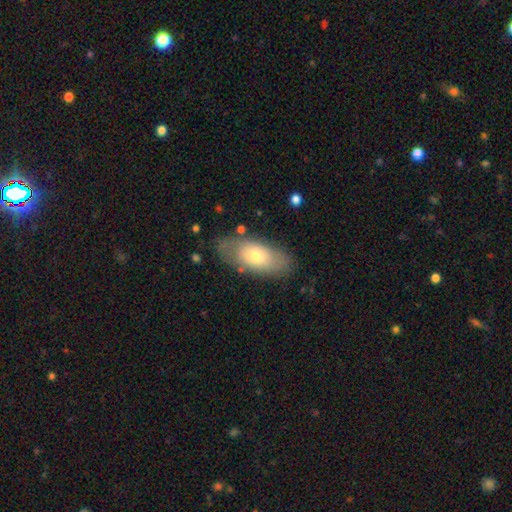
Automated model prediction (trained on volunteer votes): A smooth galaxy with no disk features (65%) that is in between round and cigar-shaped (89%). Merging: none (75%).